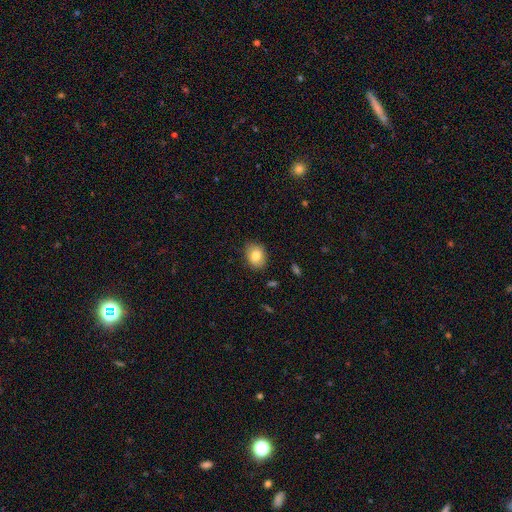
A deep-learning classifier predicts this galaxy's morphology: A smooth galaxy with no disk features (81%) that is in between round and cigar-shaped (58%). Merging: none (86%).